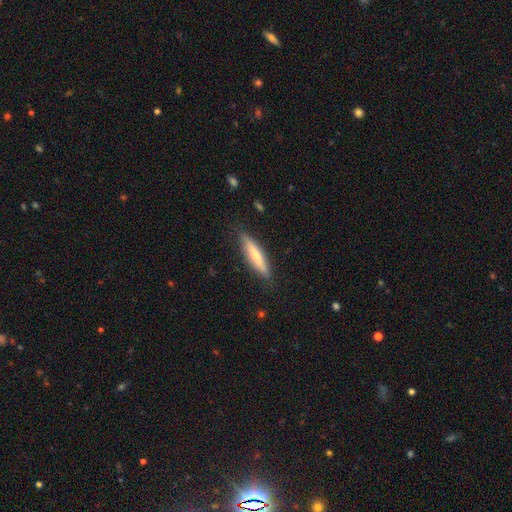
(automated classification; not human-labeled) Smooth or featured? smooth (56%)
How rounded? cigar-shaped (83%)
Merging? none (86%)